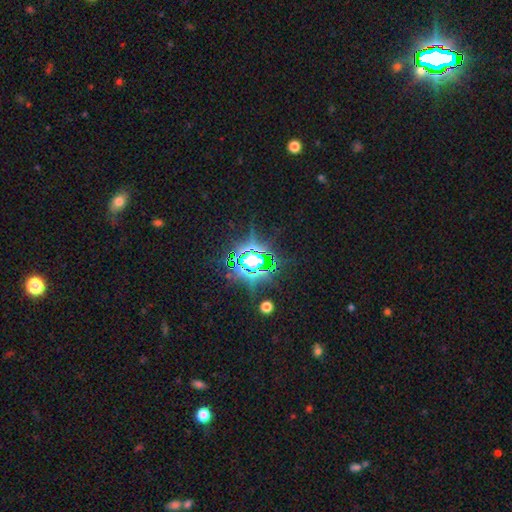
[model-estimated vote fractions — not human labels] Smooth or featured?
  - star or artifact: 83% *
  - smooth: 10%
  - featured or disk: 6%